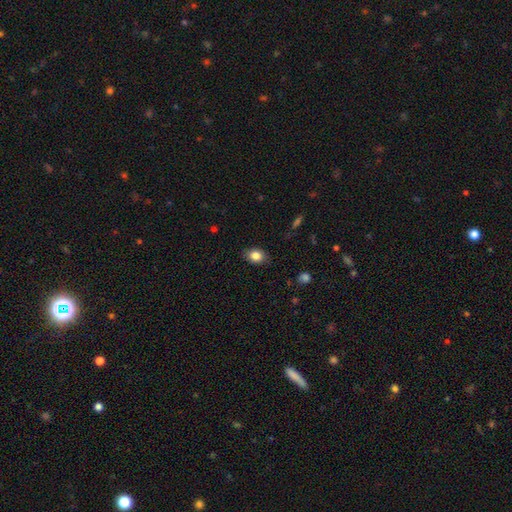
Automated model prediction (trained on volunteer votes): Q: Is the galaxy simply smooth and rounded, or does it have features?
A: smooth — 84%.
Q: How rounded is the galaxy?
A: in between — 70%.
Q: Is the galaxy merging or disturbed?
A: none — 82%.